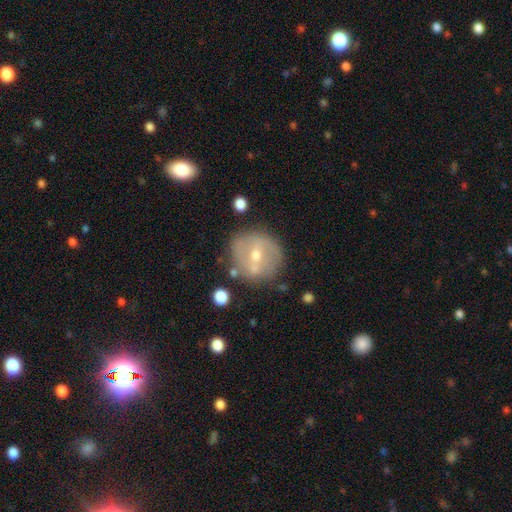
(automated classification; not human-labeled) This is possibly a featured or disk galaxy (52%). It is clearly not viewed edge-on (93%). Merging: likely none (74%).